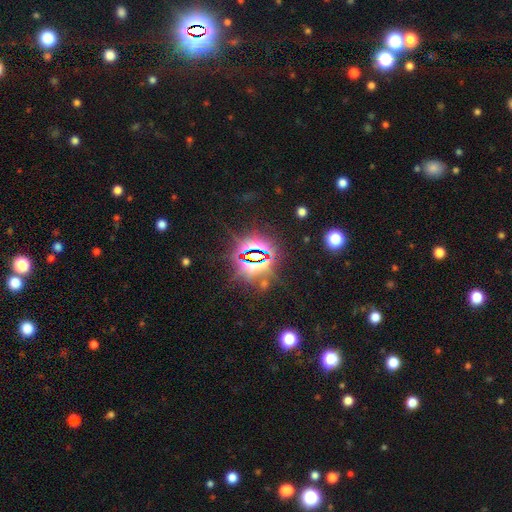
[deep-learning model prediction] A star or artifact, not a galaxy (81%).